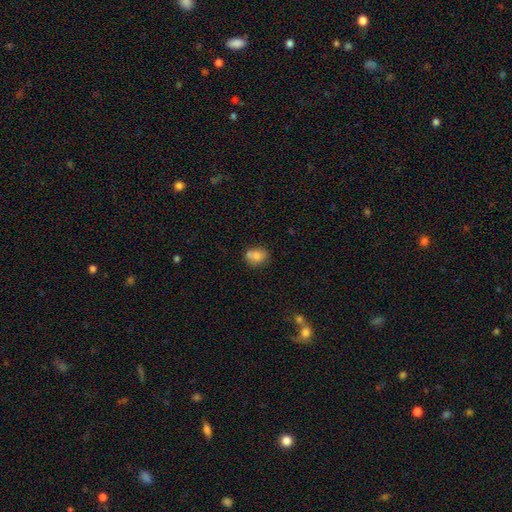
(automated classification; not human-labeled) A smooth galaxy with no disk features (77%) that is round (50%). Merging: none (52%).